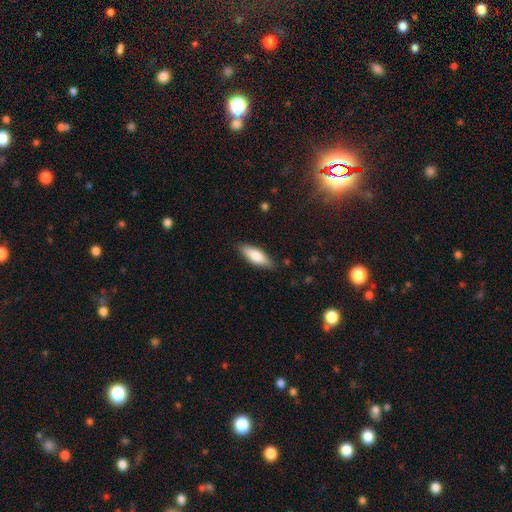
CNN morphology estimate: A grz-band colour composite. It shows a smooth galaxy with no disk features (73%) that is in between round and cigar-shaped (59%). Merging: none (85%).